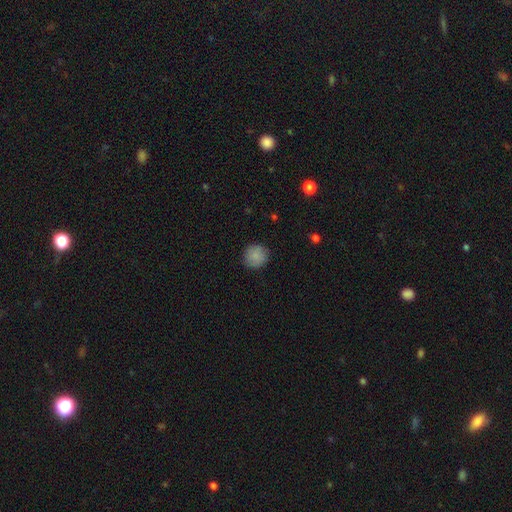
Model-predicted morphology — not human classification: The model was most divided on "merging": none: 86%, minor disturbance: 10%, major disturbance: 3%, merger: 1%. More confident: how rounded — round (90%); smooth or featured — smooth (86%).